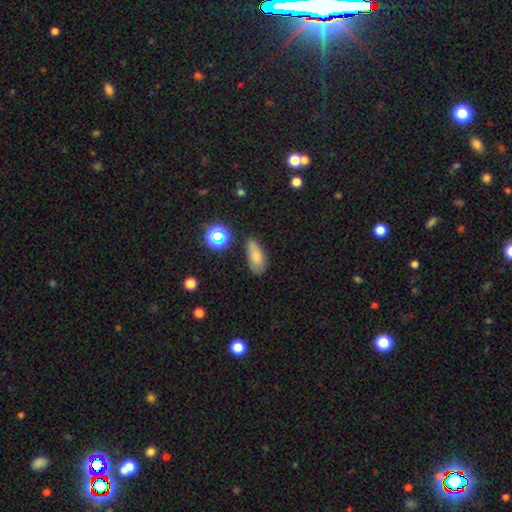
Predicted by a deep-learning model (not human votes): smooth_or_featured: smooth (p=0.73) [alt: star or artifact p=0.15]
how_rounded: in between (p=0.83) [alt: cigar-shaped p=0.11]
merging: none (p=0.61) [alt: minor disturbance p=0.26]